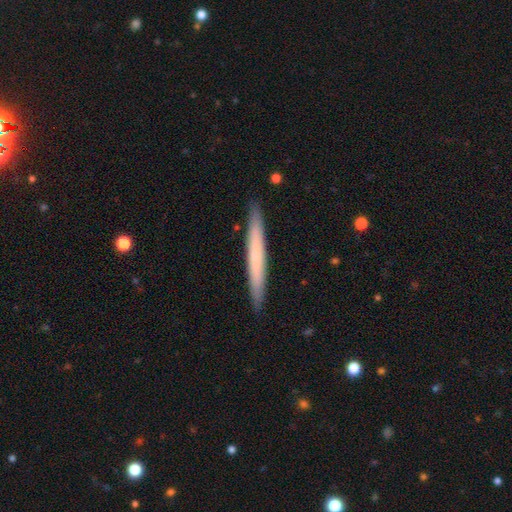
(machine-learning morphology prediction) A smooth galaxy with no disk features (58%) that is cigar-shaped (97%). Merging: none (91%).